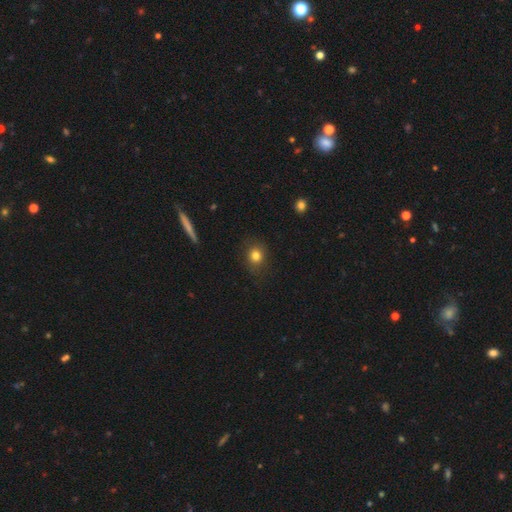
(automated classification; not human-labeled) Smooth or featured? smooth (81%)
How rounded? round (75%)
Merging? none (84%)